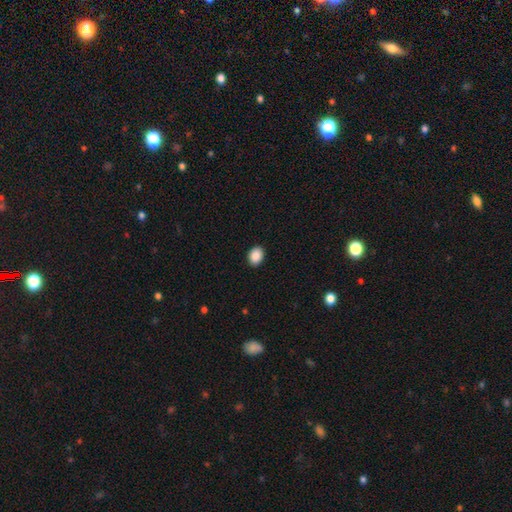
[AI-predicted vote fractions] Smooth or featured?
  - smooth: 90% *
  - star or artifact: 8%
  - featured or disk: 3%
How rounded?
  - in between: 63% *
  - round: 37%
  - cigar-shaped: 1%
Merging?
  - none: 91% *
  - minor disturbance: 6%
  - major disturbance: 2%
  - merger: 1%